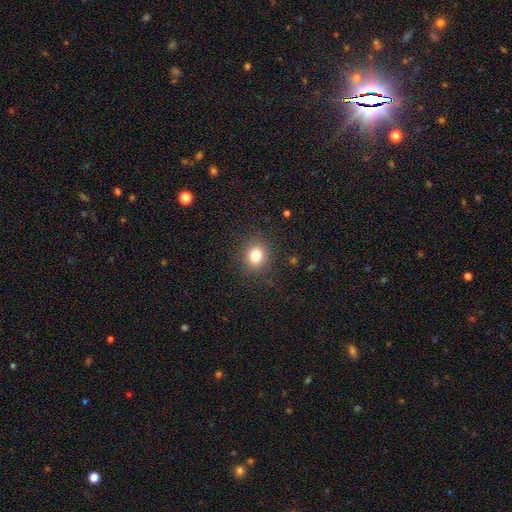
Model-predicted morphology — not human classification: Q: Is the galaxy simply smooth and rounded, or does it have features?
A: smooth — 81%.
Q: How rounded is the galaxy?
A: round — 74%.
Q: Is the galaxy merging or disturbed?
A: none — 88%.